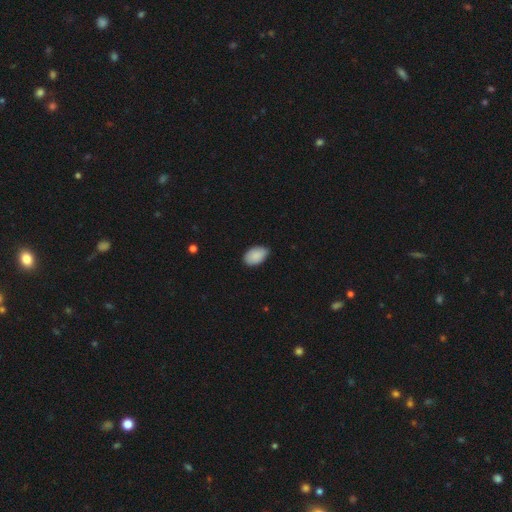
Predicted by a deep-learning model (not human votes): Overall: smooth (89%). How rounded: in between (93%). Merging: none (77%).